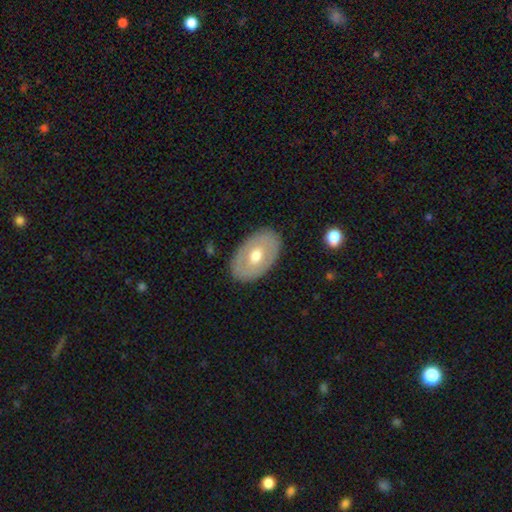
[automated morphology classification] Smooth or featured? smooth (47%, tied with featured or disk)
Merging? none (86%)